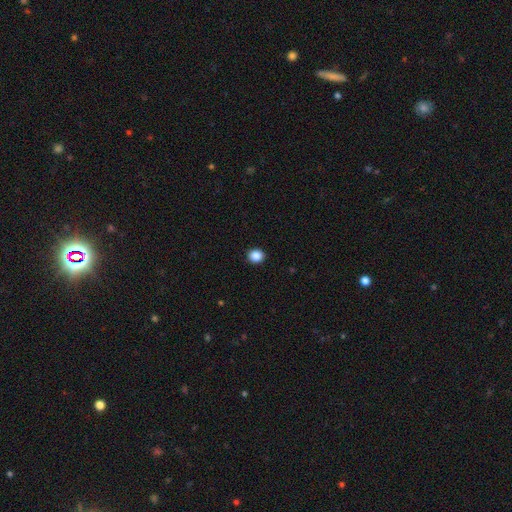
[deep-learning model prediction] This is clearly a smooth galaxy (87%). How rounded: clearly round (84%). Merging: clearly none (93%).